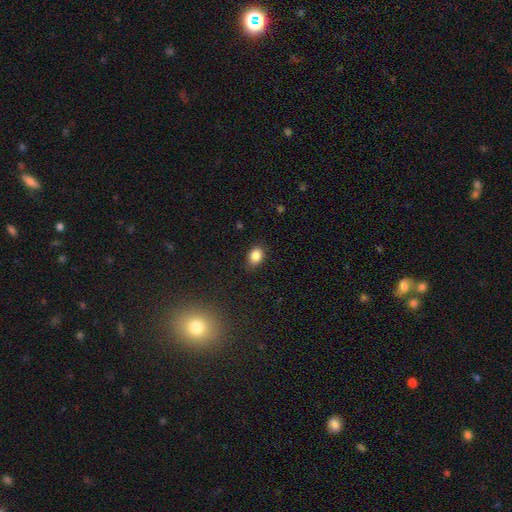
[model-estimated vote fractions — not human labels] Morphology: type=smooth (85%); roundness=in between (68%); merging=none (82%).